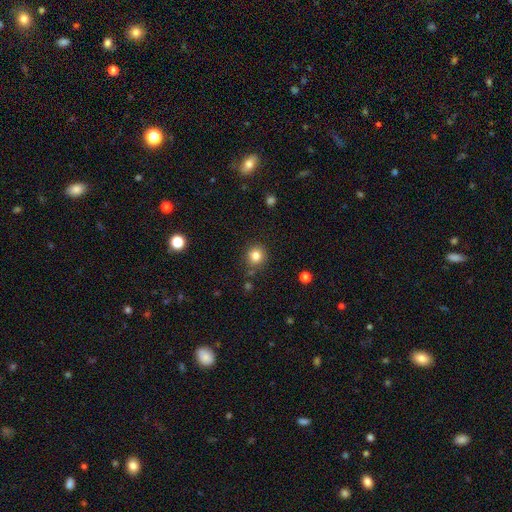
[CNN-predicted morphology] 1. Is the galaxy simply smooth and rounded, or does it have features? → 82% smooth, 12% star or artifact, 6% featured or disk.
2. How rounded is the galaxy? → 89% round, 10% in between, 1% cigar-shaped.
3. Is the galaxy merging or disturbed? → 83% none, 10% minor disturbance, 4% merger, 3% major disturbance.